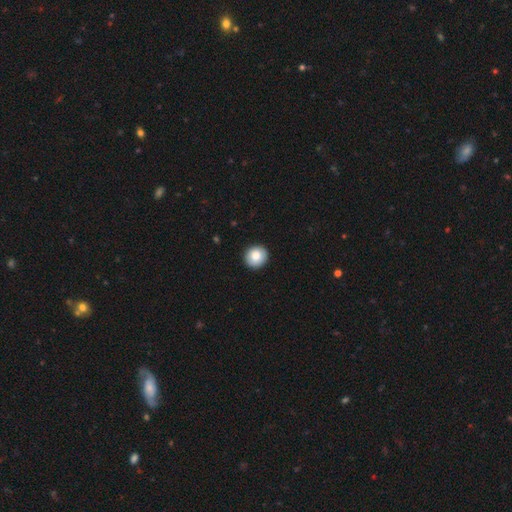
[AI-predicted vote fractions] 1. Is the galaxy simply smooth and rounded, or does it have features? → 83% smooth, 9% featured or disk, 8% star or artifact.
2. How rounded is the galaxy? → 89% round, 10% in between, 1% cigar-shaped.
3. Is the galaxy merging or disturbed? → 93% none, 5% minor disturbance, 1% major disturbance, 1% merger.